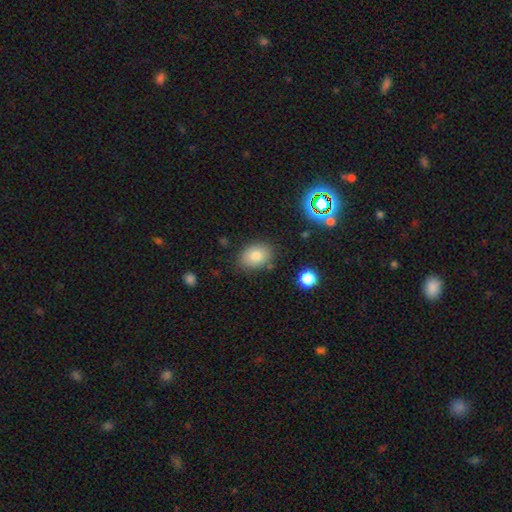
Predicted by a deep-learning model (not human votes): Q: Smooth or featured?
A: smooth (77%); runner-up: star or artifact (11%)
Q: How rounded?
A: in between (64%); runner-up: round (35%)
Q: Merging?
A: none (79%); runner-up: minor disturbance (14%)